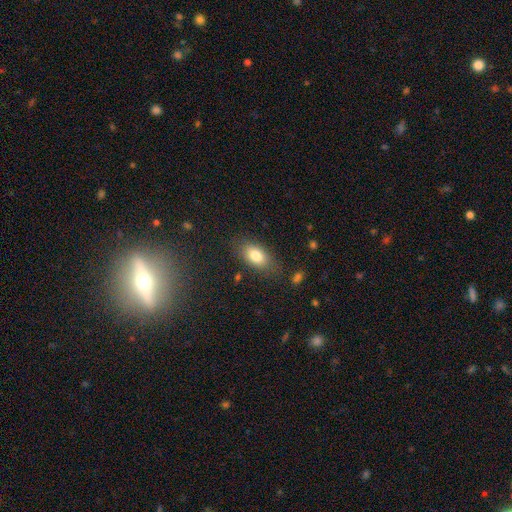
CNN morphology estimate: Smooth or featured? smooth (81%)
How rounded? in between (89%)
Merging? none (79%)